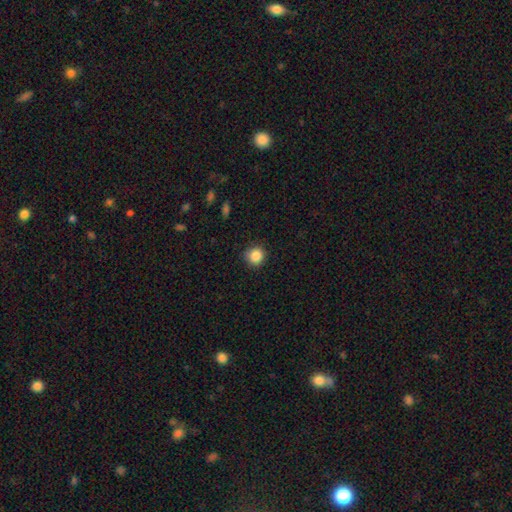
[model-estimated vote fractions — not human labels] Overall: smooth (87%). How rounded: round (92%). Merging: none (87%).